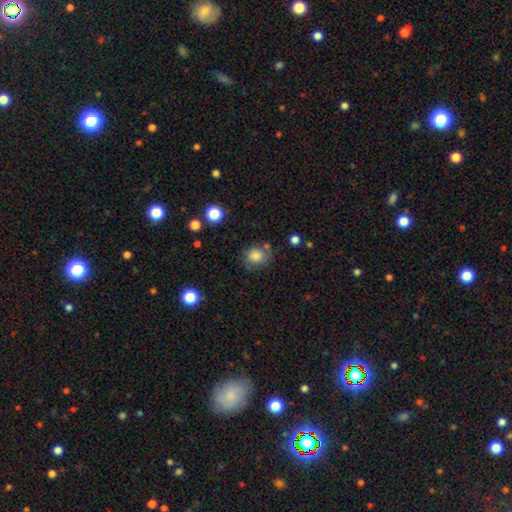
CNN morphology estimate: Smooth or featured?
  - smooth: 79% *
  - featured or disk: 10%
  - star or artifact: 10%
How rounded?
  - round: 72% *
  - in between: 27%
  - cigar-shaped: 1%
Merging?
  - none: 65% *
  - minor disturbance: 21%
  - major disturbance: 7%
  - merger: 6%